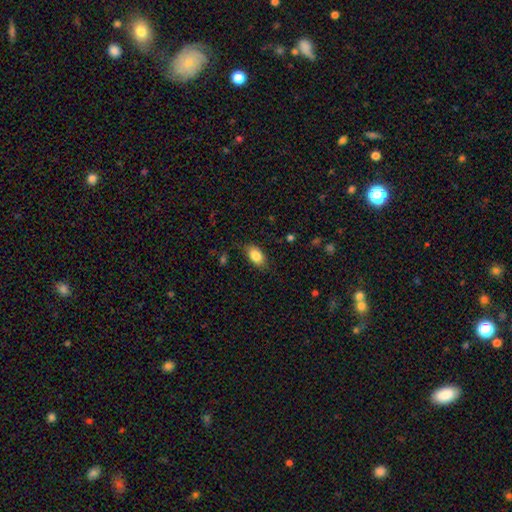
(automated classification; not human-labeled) The model was most divided on "merging": none: 81%, minor disturbance: 14%, major disturbance: 4%, merger: 1%. More confident: how rounded — in between (90%); smooth or featured — smooth (85%).